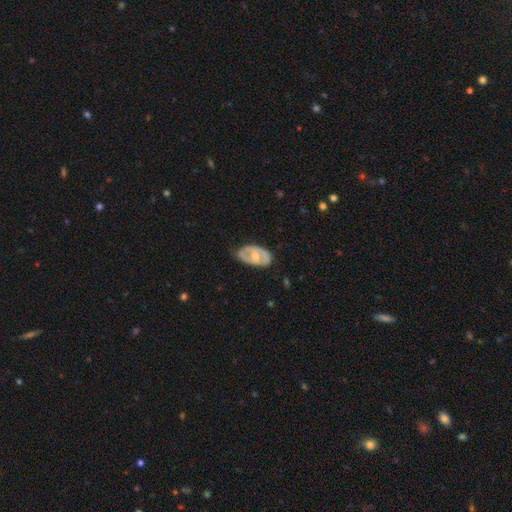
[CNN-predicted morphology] A featured or disk galaxy (58%) with no bar (59%), no spiral arms (65%) and a moderate central bulge (64%).

Vote fractions:
- Smooth or featured? featured or disk: 58% / smooth: 37% / star or artifact: 5%
- Edge-on disk? no: 92% / yes: 8%
- Bar? no: 59% / weak: 29% / strong: 12%
- Spiral arms? no: 65% / yes: 35%
- Bulge size? moderate: 64% / small: 27% / large: 5% / none: 2% / dominant: 1%
- Merging? none: 63% / minor disturbance: 28% / major disturbance: 8% / merger: 1%